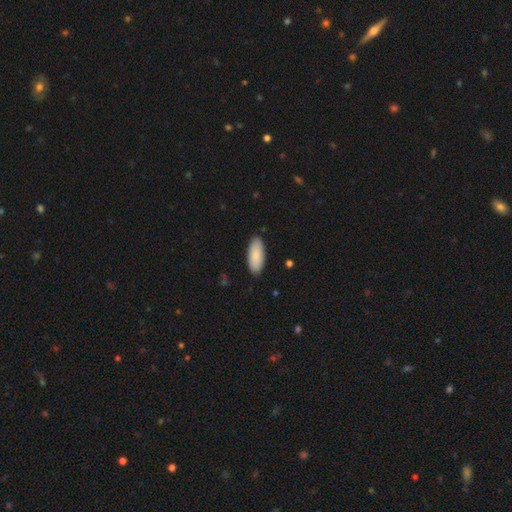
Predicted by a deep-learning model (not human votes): Q: Smooth or featured?
A: smooth (87%); runner-up: featured or disk (8%)
Q: How rounded?
A: in between (85%); runner-up: cigar-shaped (13%)
Q: Merging?
A: none (88%); runner-up: minor disturbance (9%)